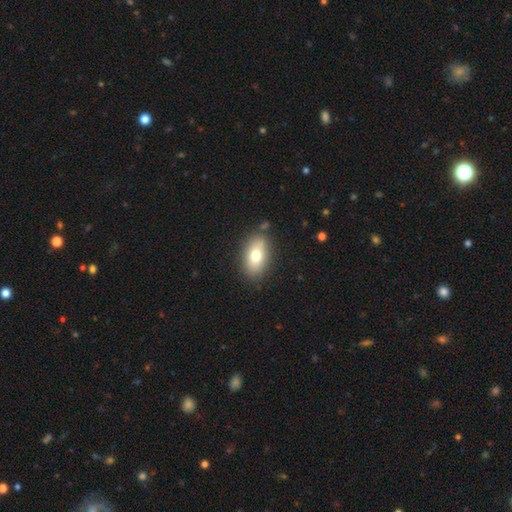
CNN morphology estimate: Smooth or featured? smooth (75%)
How rounded? in between (89%)
Merging? none (83%)